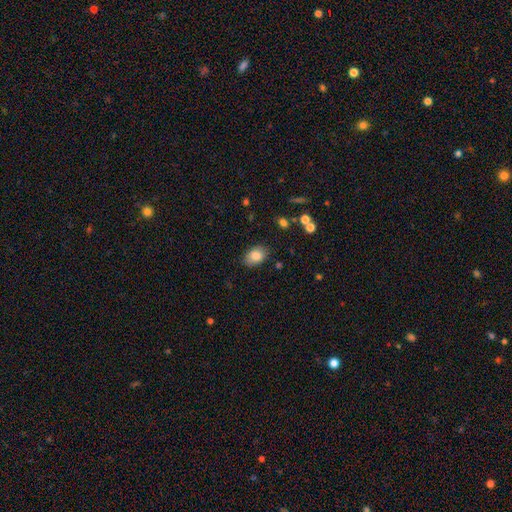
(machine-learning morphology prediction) type=smooth (84%); roundness=in between (82%); merging=none (82%).